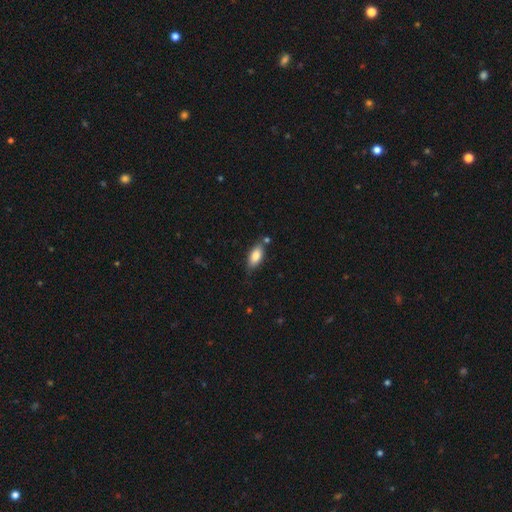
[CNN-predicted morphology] smooth_or_featured: smooth (p=0.81) [alt: featured or disk p=0.12]
how_rounded: in between (p=0.86) [alt: cigar-shaped p=0.12]
merging: none (p=0.69) [alt: minor disturbance p=0.20]